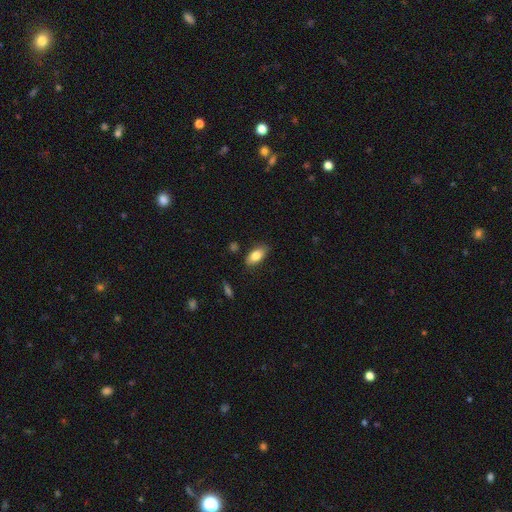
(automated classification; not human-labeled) Overall: smooth (82%). How rounded: in between (90%). Merging: none (81%).